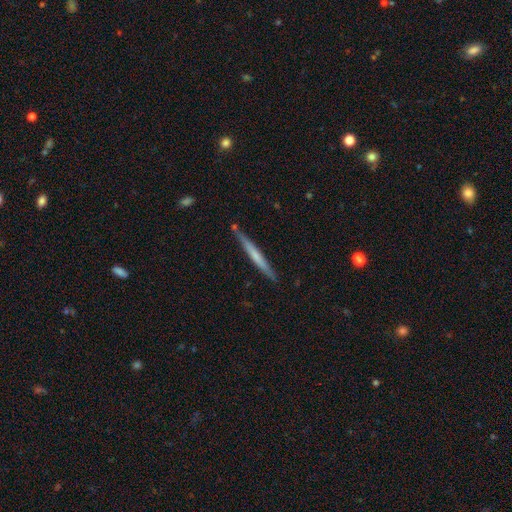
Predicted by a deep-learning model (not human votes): Smooth or featured: smooth — 48% (featured or disk — 47%)
Merging: none — 86% (minor disturbance — 10%)